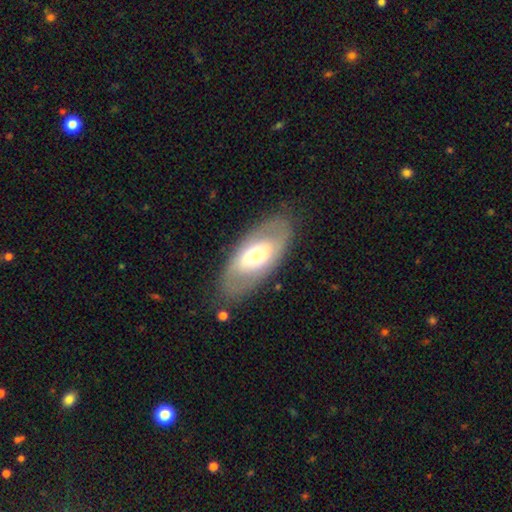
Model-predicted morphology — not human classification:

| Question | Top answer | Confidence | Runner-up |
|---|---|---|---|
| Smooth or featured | featured or disk | 51% | smooth (43%) |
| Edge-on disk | no | 86% | yes (14%) |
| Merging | none | 80% | minor disturbance (12%) |